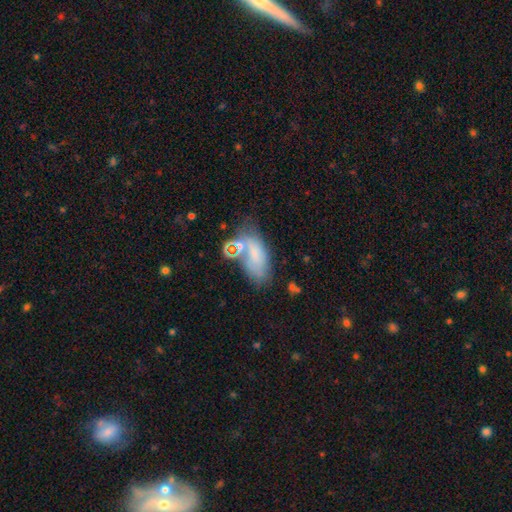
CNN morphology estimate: A smooth galaxy with no disk features (65%) that is in between round and cigar-shaped (87%). Merging: none (43%).